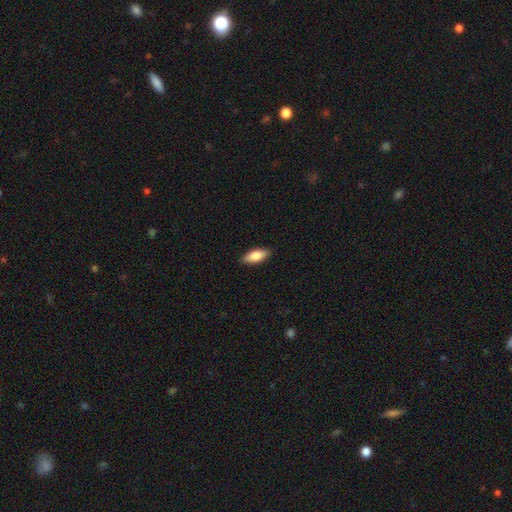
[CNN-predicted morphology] Q: Smooth or featured?
A: smooth (82%); runner-up: featured or disk (13%)
Q: How rounded?
A: in between (77%); runner-up: cigar-shaped (20%)
Q: Merging?
A: none (89%); runner-up: minor disturbance (9%)